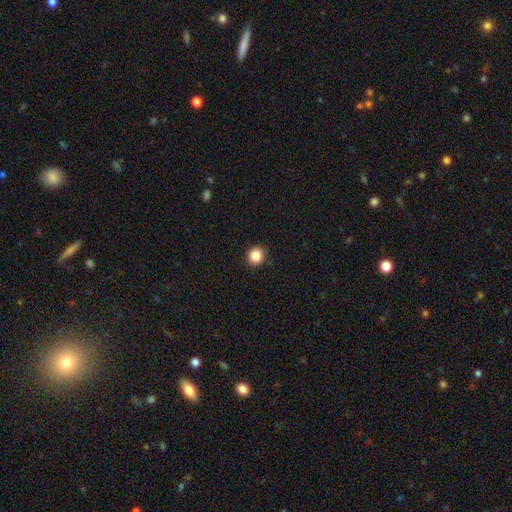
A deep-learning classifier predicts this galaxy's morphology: smooth-or-featured: smooth: 87% | star or artifact: 10% | featured or disk: 3%
  how-rounded: round: 83% | in between: 17% | cigar-shaped: 1%
  merging: none: 91% | minor disturbance: 6% | major disturbance: 2% | merger: 1%